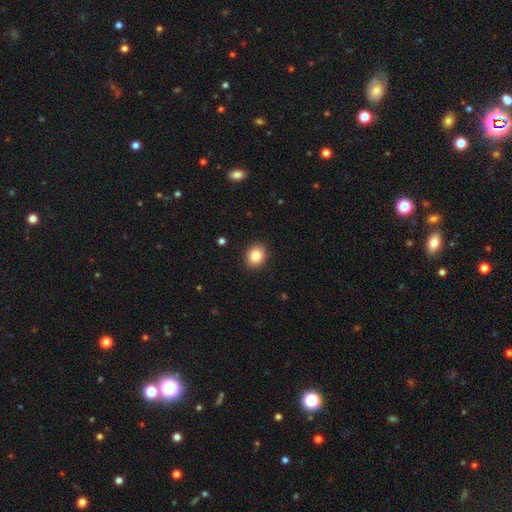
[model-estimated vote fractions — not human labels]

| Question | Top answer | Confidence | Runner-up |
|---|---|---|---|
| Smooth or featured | smooth | 84% | star or artifact (9%) |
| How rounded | round | 67% | in between (32%) |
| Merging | none | 91% | minor disturbance (6%) |